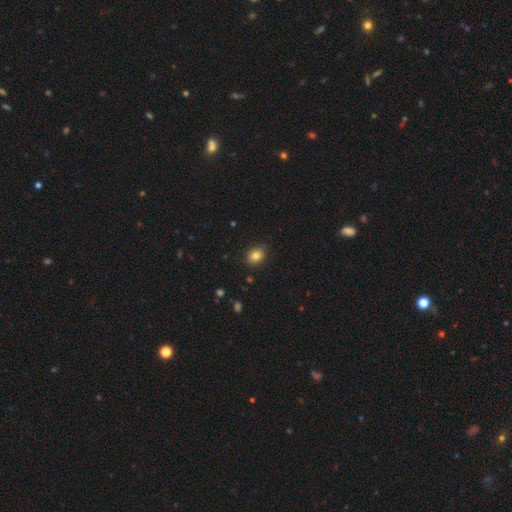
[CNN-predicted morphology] smooth 83%, star or artifact 11%, featured or disk 6%. Down the decision tree: how rounded — round (54%); merging — none (84%).